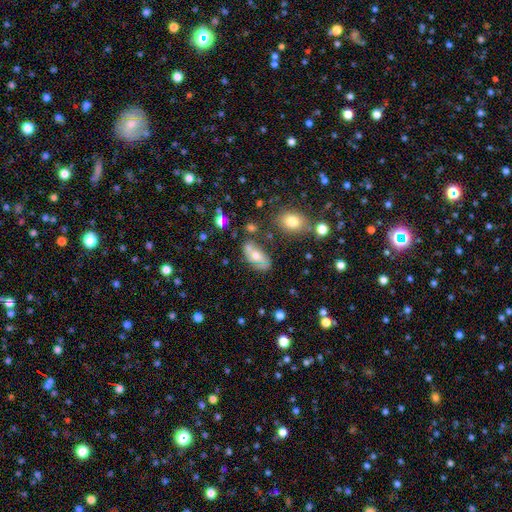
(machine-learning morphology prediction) Q: Smooth or featured?
A: featured or disk (49%); runner-up: smooth (40%)
Q: Merging?
A: none (57%); runner-up: minor disturbance (22%)